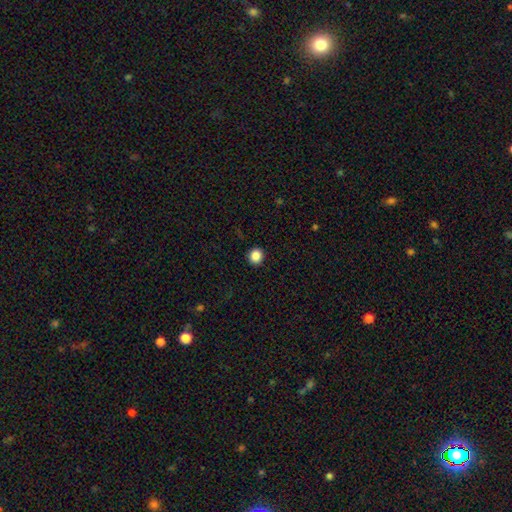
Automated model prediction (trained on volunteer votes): A smooth galaxy with no disk features (87%) that is round (88%).

Vote fractions:
- Smooth or featured? smooth: 87% / star or artifact: 10% / featured or disk: 3%
- How rounded? round: 88% / in between: 11% / cigar-shaped: 1%
- Merging? none: 92% / minor disturbance: 5% / major disturbance: 2% / merger: 1%